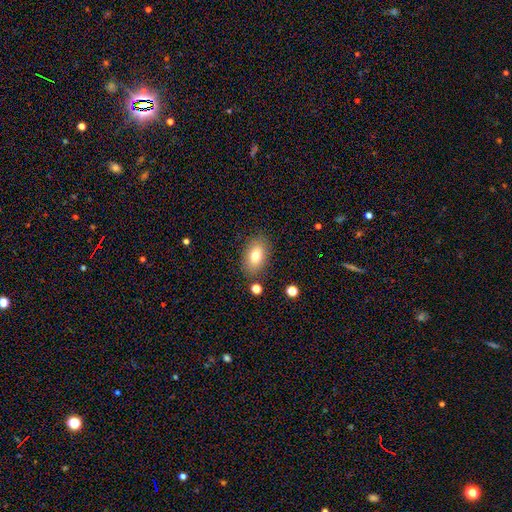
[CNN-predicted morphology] Overall: smooth (77%). How rounded: in between (89%). Merging: none (83%).